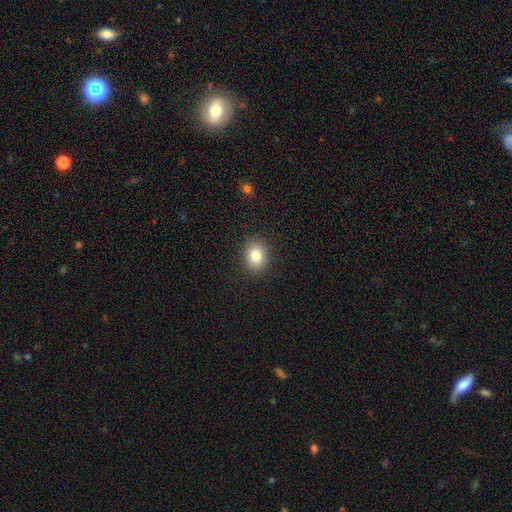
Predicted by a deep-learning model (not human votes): smooth-or-featured: smooth: 82% | star or artifact: 10% | featured or disk: 8%
  how-rounded: round: 54% | in between: 45% | cigar-shaped: 1%
  merging: none: 89% | minor disturbance: 8% | major disturbance: 2% | merger: 1%